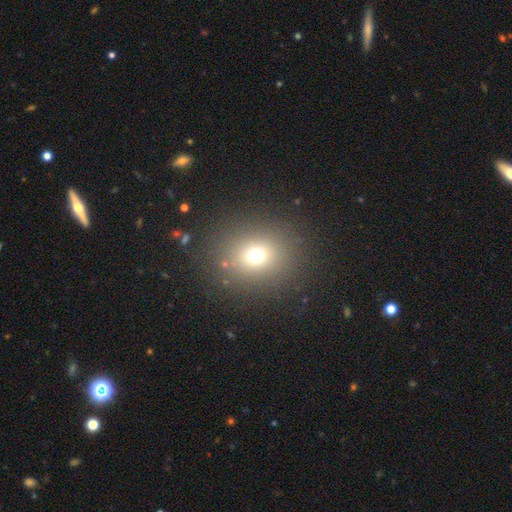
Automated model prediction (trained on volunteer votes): smooth_or_featured: smooth (p=0.68) [alt: star or artifact p=0.22]
how_rounded: round (p=0.71) [alt: in between p=0.28]
merging: none (p=0.84) [alt: minor disturbance p=0.08]